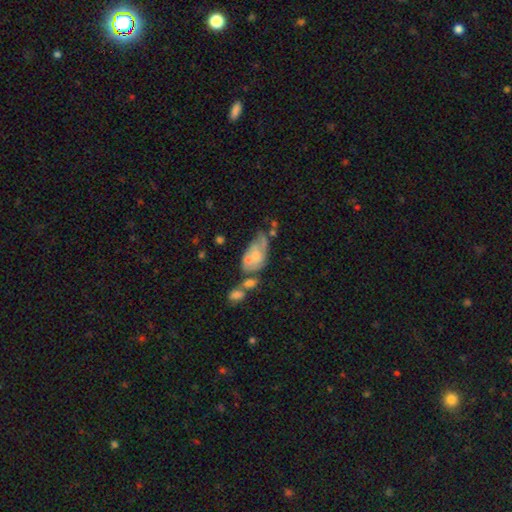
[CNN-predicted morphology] Q: Smooth or featured?
A: featured or disk (47%); runner-up: smooth (44%)
Q: Merging?
A: merger (34%); runner-up: major disturbance (23%)